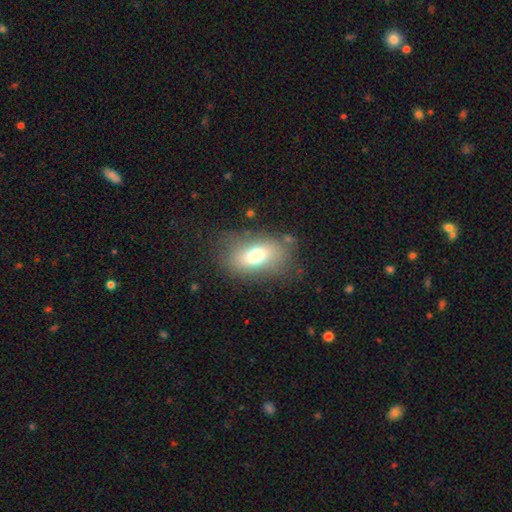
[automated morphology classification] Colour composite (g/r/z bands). It shows a smooth galaxy with no disk features (68%) that is in between round and cigar-shaped (83%). Merging: none (73%).